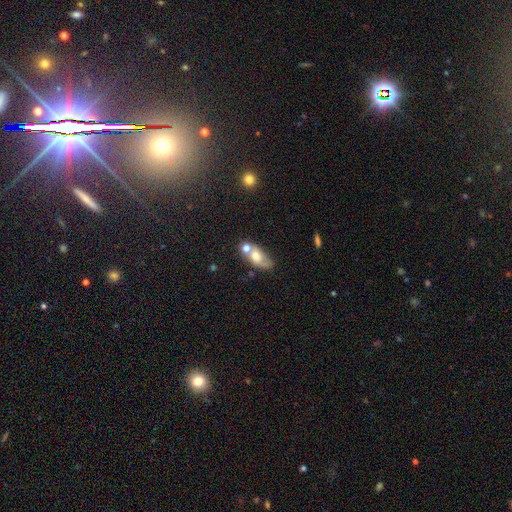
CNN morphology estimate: A smooth galaxy with no disk features (62%) that is in between round and cigar-shaped (79%). Merging: merger (41%).